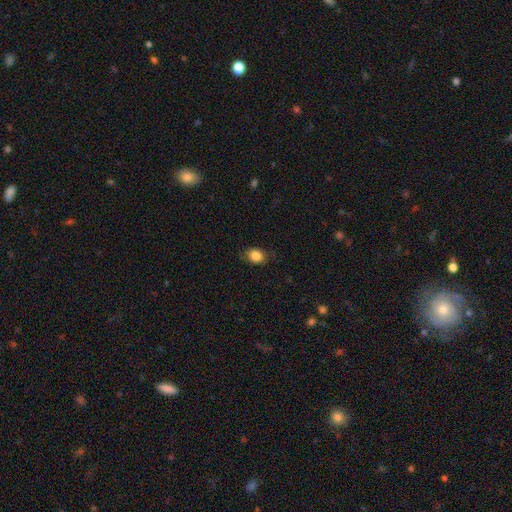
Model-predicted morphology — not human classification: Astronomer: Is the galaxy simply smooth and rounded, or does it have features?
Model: smooth — 84%.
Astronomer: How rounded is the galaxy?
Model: in between — 58% (runner-up: round, 41%).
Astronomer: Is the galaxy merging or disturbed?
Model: none — 80%.